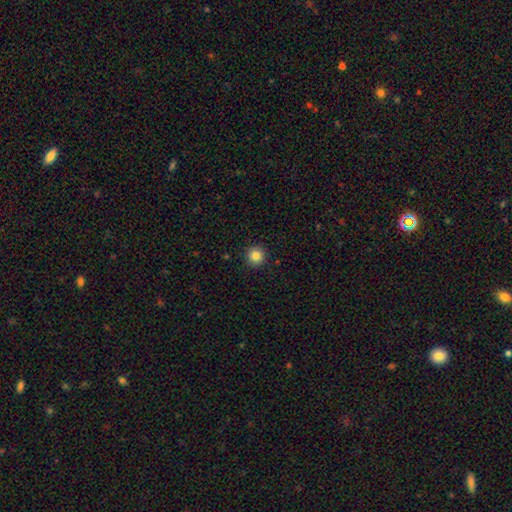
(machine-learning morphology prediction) Smooth or featured: smooth — 84% (star or artifact — 11%)
How rounded: round — 95% (in between — 4%)
Merging: none — 92% (minor disturbance — 5%)